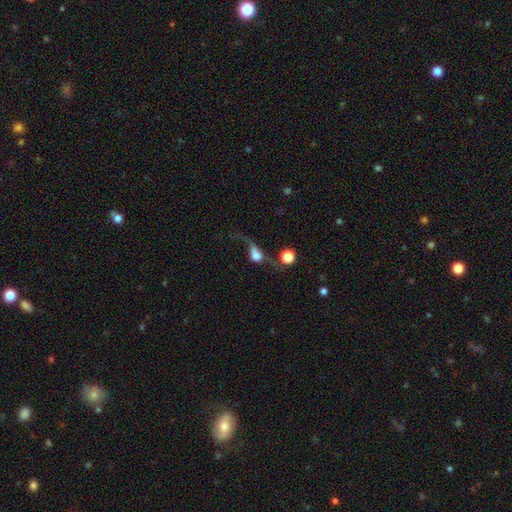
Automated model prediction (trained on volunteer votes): Smooth or featured?
  - smooth: 51% *
  - featured or disk: 36%
  - star or artifact: 13%
How rounded?
  - round: 55% *
  - in between: 39%
  - cigar-shaped: 6%
Merging?
  - major disturbance: 42% *
  - merger: 26%
  - none: 20%
  - minor disturbance: 12%